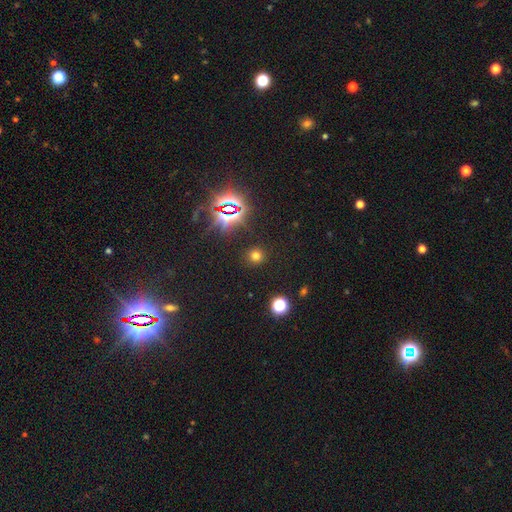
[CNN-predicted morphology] A smooth galaxy with no disk features (66%) that is round (92%).

Vote fractions:
- Smooth or featured? smooth: 66% / star or artifact: 27% / featured or disk: 6%
- How rounded? round: 92% / in between: 7% / cigar-shaped: 1%
- Merging? none: 89% / minor disturbance: 6% / major disturbance: 3% / merger: 2%